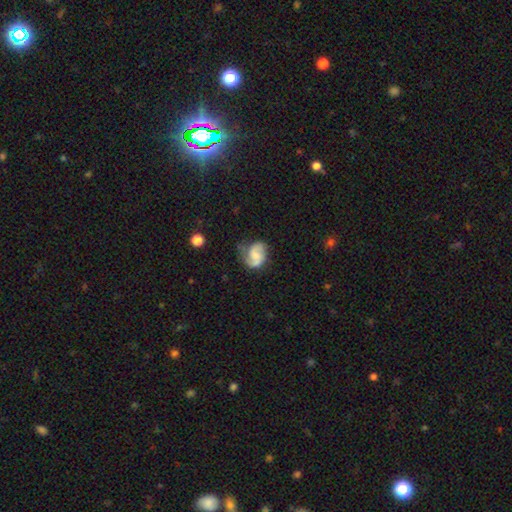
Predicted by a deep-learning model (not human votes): Morphology: type=featured or disk (65%); edge-on=no (98%); bar=no (51%); spiral arms=yes (91%); winding=medium (45%); arm count=2 (76%); bulge=small (34%); merging=none (50%).